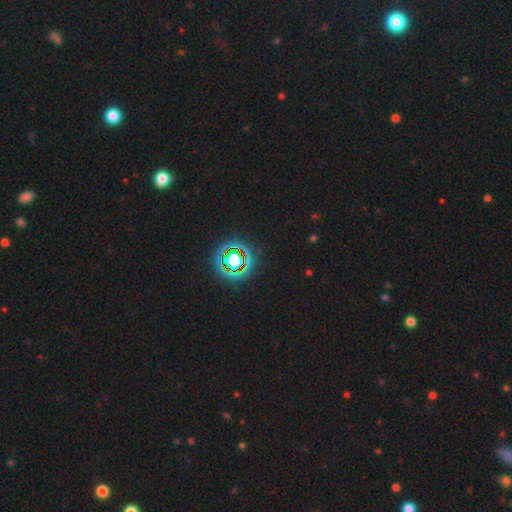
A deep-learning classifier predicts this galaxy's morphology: smooth_or_featured: star or artifact (p=0.75) [alt: smooth p=0.16]